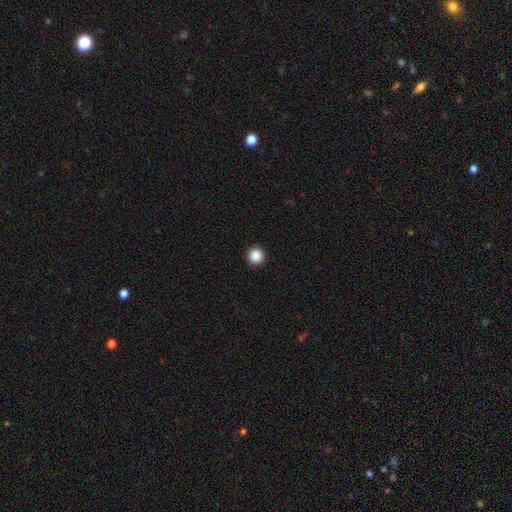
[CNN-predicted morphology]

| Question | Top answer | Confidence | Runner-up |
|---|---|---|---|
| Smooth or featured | smooth | 87% | star or artifact (10%) |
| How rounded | round | 96% | in between (3%) |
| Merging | none | 94% | minor disturbance (4%) |